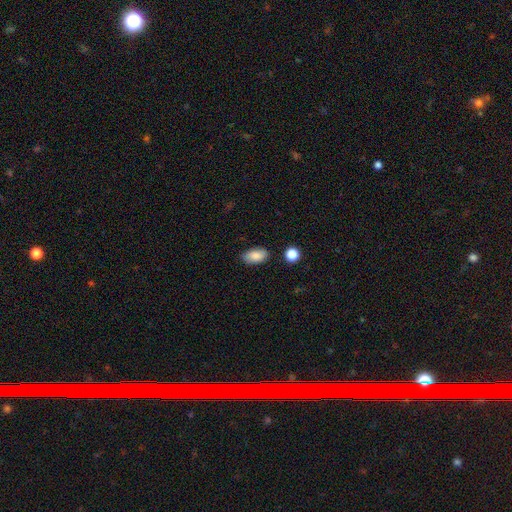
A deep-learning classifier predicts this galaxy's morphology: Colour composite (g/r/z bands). It shows a smooth galaxy with no disk features (86%) that is in between round and cigar-shaped (93%). Merging: none (84%).